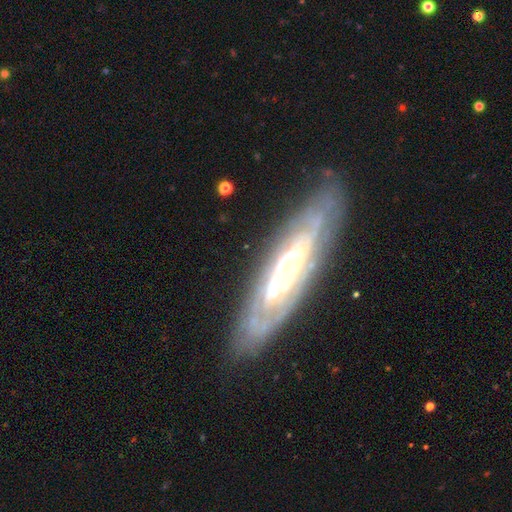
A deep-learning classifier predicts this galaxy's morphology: A featured or disk galaxy (77%).

Vote fractions:
- Smooth or featured? featured or disk: 77% / smooth: 16% / star or artifact: 6%
- Edge-on disk? no: 59% / yes: 41%
- Merging? none: 81% / minor disturbance: 13% / major disturbance: 4% / merger: 2%